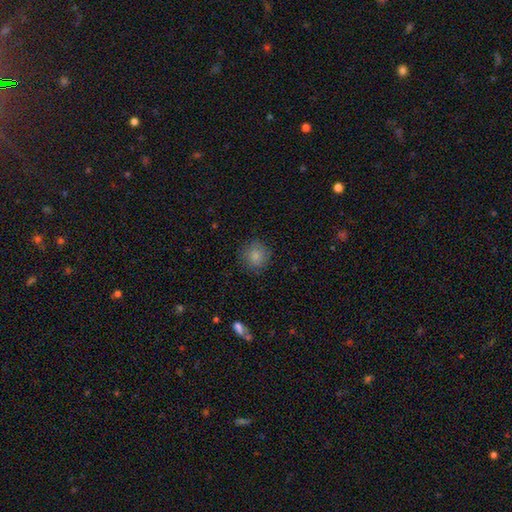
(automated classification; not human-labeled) smooth-or-featured: smooth: 85% | star or artifact: 9% | featured or disk: 6%
  how-rounded: round: 89% | in between: 10% | cigar-shaped: 1%
  merging: none: 84% | minor disturbance: 12% | major disturbance: 3% | merger: 1%